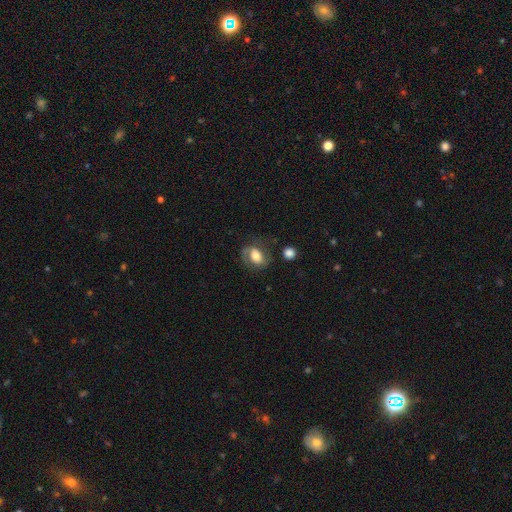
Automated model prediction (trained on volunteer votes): Overall: smooth (55%; featured or disk 37%). How rounded: in between (72%). Merging: none (62%).